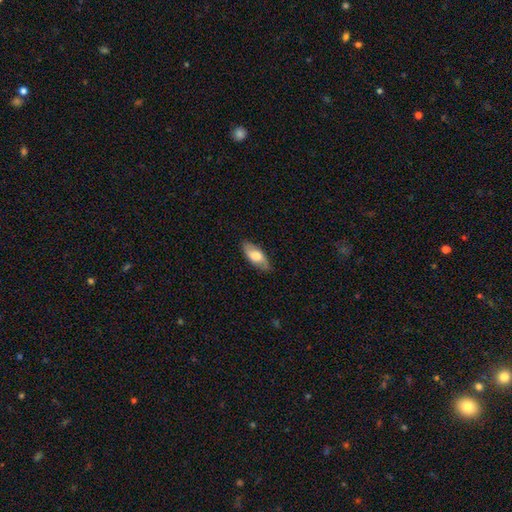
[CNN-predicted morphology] Smooth or featured: smooth — 65% (featured or disk — 30%)
How rounded: in between — 80% (cigar-shaped — 17%)
Merging: none — 83% (minor disturbance — 13%)